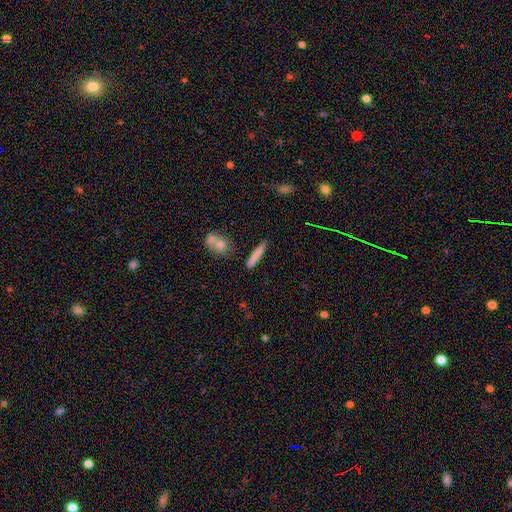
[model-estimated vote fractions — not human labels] The model was most divided on "smooth or featured": smooth: 77%, featured or disk: 16%, star or artifact: 7%. More confident: how rounded — cigar-shaped (91%); merging — none (82%).